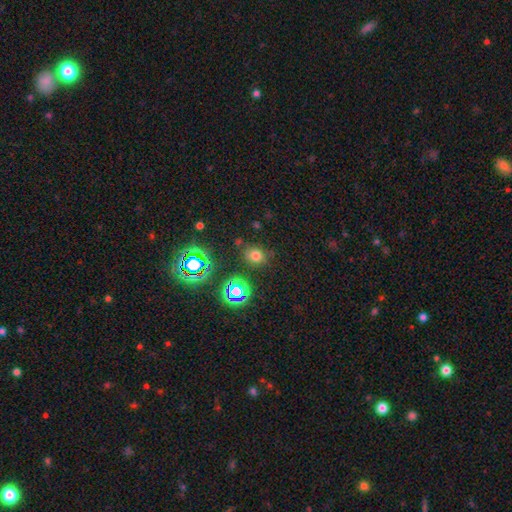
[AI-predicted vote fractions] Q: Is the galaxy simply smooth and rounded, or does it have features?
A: smooth — 67%.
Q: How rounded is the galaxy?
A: round — 66%.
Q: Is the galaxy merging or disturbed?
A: none — 79%.